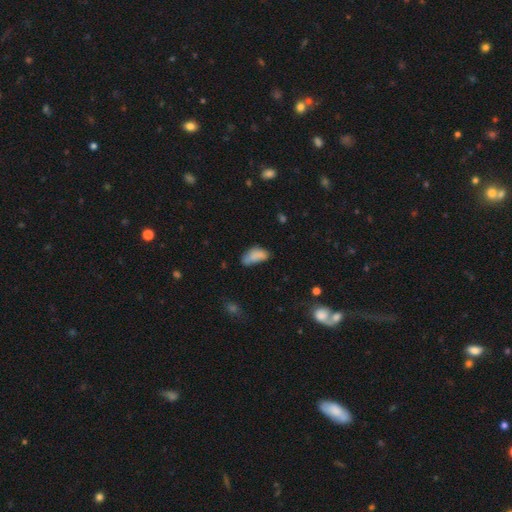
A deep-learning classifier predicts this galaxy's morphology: A smooth galaxy with no disk features (77%) that is in between round and cigar-shaped (90%). Merging: none (37%).